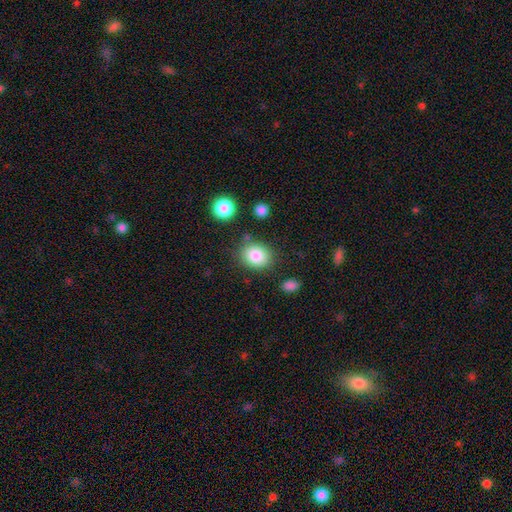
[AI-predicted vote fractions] Overall: smooth (84%). How rounded: round (57%; in between 42%). Merging: none (79%).